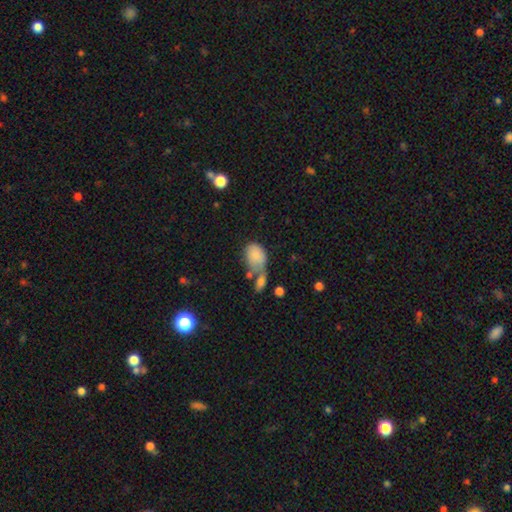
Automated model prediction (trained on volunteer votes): Overall: smooth (80%). How rounded: in between (82%). Merging: merger (38%; none 30%).